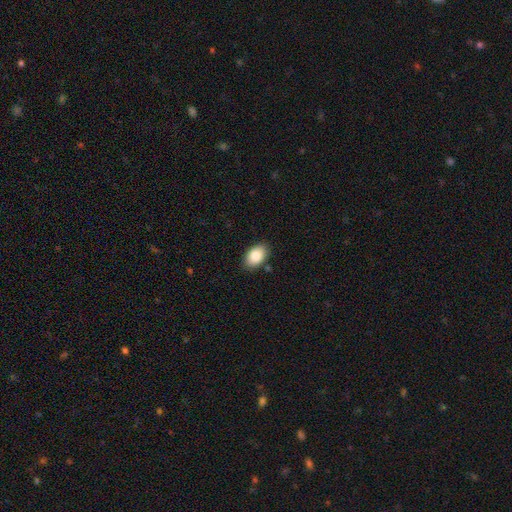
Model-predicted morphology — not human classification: This appears to be a smooth galaxy with no disk features (86%) that is in between round and cigar-shaped (91%). Merging: none (86%).